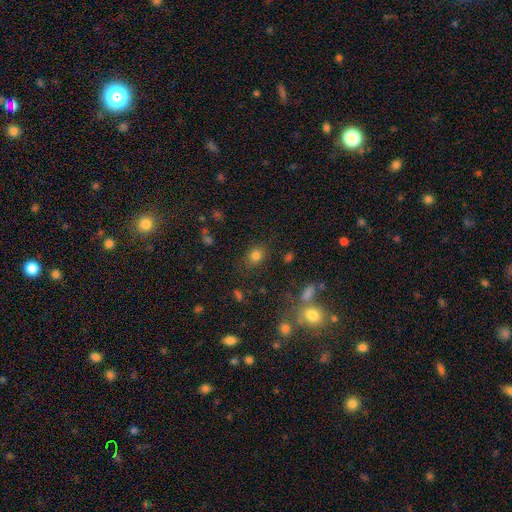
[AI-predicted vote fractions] Overall: smooth (79%). How rounded: round (56%; in between 42%). Merging: none (81%).